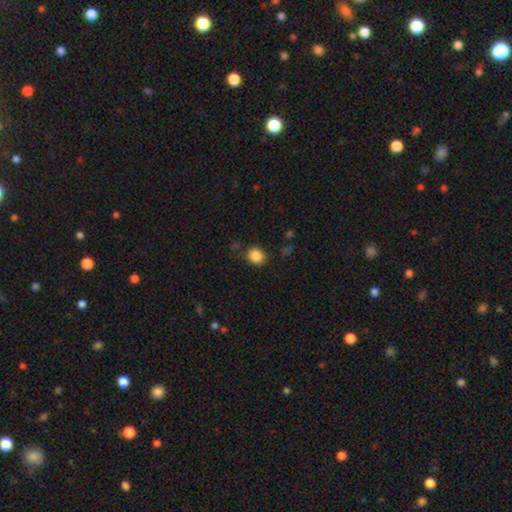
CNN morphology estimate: Smooth or featured: smooth — 86% (star or artifact — 10%)
How rounded: round — 76% (in between — 23%)
Merging: none — 79% (minor disturbance — 15%)